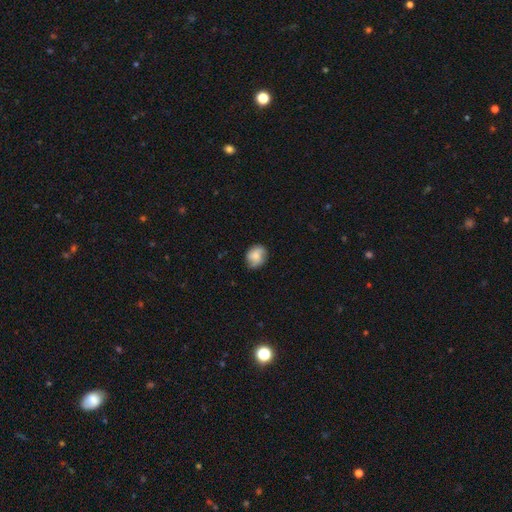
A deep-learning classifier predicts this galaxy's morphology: The model was most divided on "how rounded": round: 61%, in between: 38%, cigar-shaped: 1%. More confident: merging — none (74%); smooth or featured — smooth (70%).